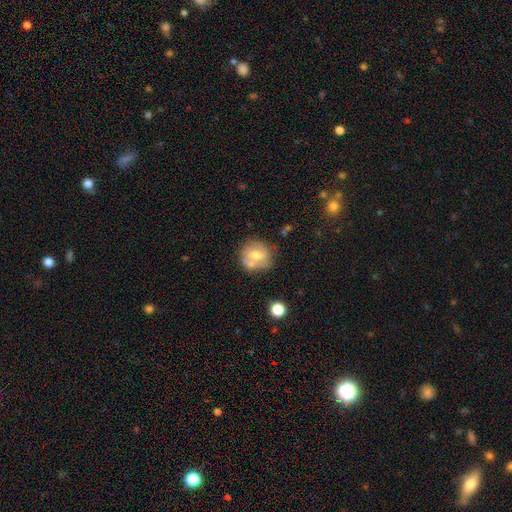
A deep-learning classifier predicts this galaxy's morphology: Overall: smooth (56%; featured or disk 36%). How rounded: round (84%). Merging: none (56%; merger 20%).